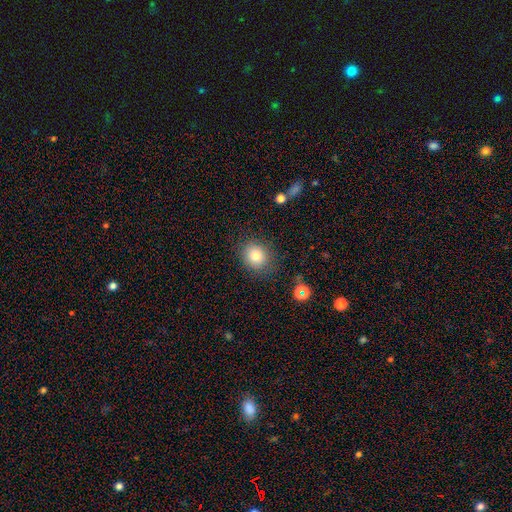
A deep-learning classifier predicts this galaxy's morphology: type=smooth (79%); roundness=round (74%); merging=none (83%).